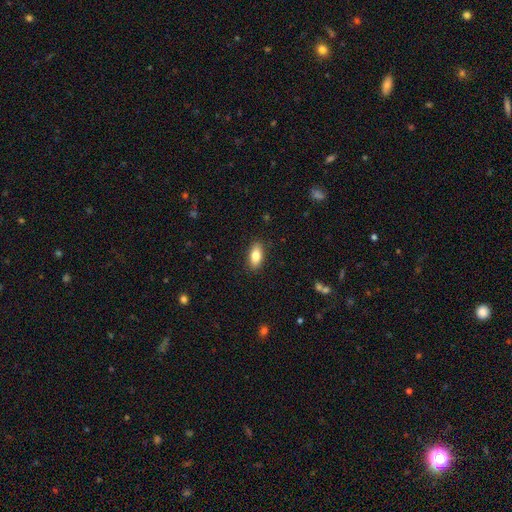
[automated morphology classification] Smooth or featured? smooth (81%)
How rounded? in between (86%)
Merging? none (88%)